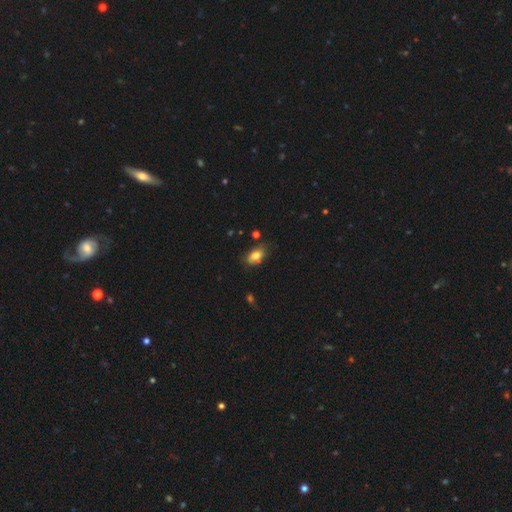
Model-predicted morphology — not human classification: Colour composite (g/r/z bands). It shows a smooth galaxy with no disk features (78%) that is in between round and cigar-shaped (88%). Merging: none (70%).